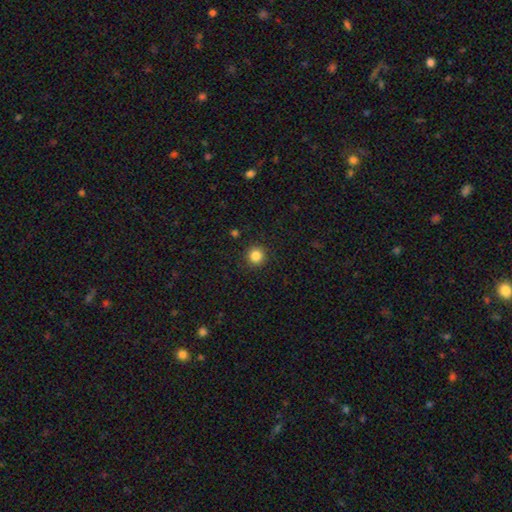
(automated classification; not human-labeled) Morphology: type=smooth (84%); roundness=round (94%); merging=none (91%).